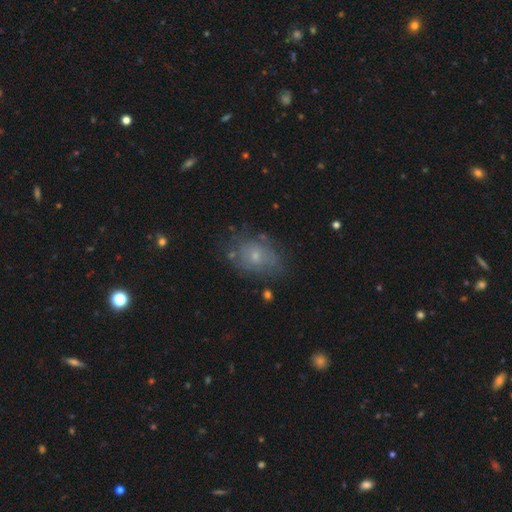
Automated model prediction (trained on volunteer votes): Q: Smooth or featured?
A: smooth (53%); runner-up: featured or disk (34%)
Q: How rounded?
A: in between (71%); runner-up: round (27%)
Q: Merging?
A: none (63%); runner-up: minor disturbance (23%)